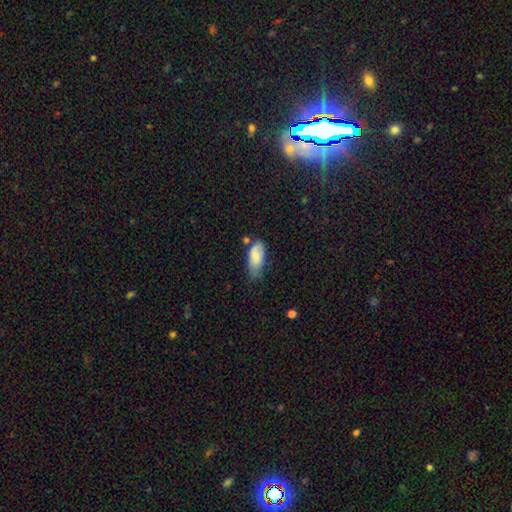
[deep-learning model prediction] Morphology: type=smooth (77%); roundness=in between (89%); merging=minor disturbance (41%, tied with none).